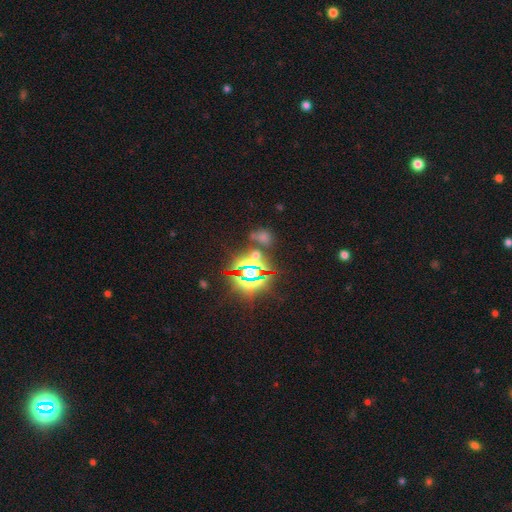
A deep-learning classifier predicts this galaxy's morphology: This is likely a star or artifact rather than a galaxy (68%).